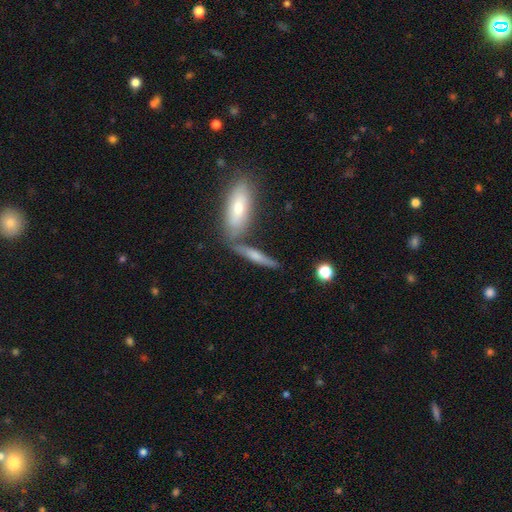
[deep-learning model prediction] This appears to be a smooth galaxy with no disk features (60%) that is cigar-shaped (78%). Merging: none (63%).